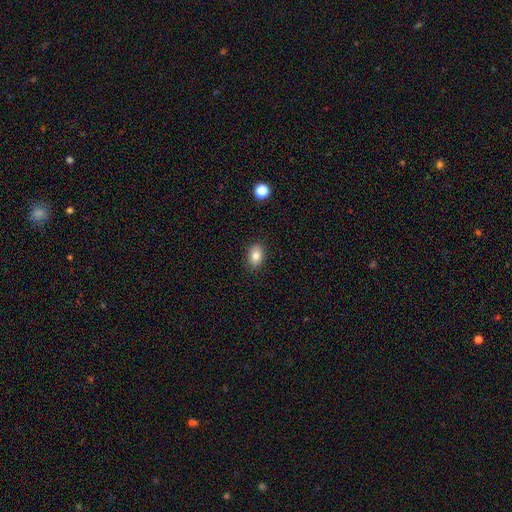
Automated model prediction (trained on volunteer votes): A smooth galaxy with no disk features (83%) that is in between round and cigar-shaped (78%).

Vote fractions:
- Smooth or featured? smooth: 83% / star or artifact: 9% / featured or disk: 8%
- How rounded? in between: 78% / round: 21% / cigar-shaped: 1%
- Merging? none: 88% / minor disturbance: 9% / major disturbance: 2% / merger: 1%